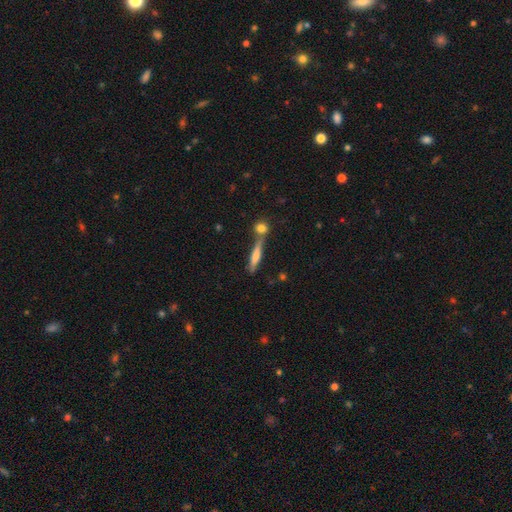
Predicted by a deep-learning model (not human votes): A smooth galaxy with no disk features (50%) that is cigar-shaped (88%). Merging: none (66%).